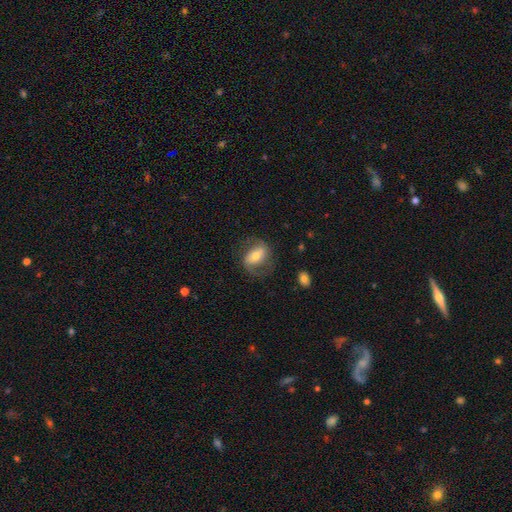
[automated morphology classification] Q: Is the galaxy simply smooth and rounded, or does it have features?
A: featured or disk — 58%.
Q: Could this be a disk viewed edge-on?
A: no — 95%.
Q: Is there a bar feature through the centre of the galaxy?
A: strong — 41%.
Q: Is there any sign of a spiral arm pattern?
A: yes — 83%.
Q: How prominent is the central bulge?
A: moderate — 55%.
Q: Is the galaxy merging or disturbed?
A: none — 67%.